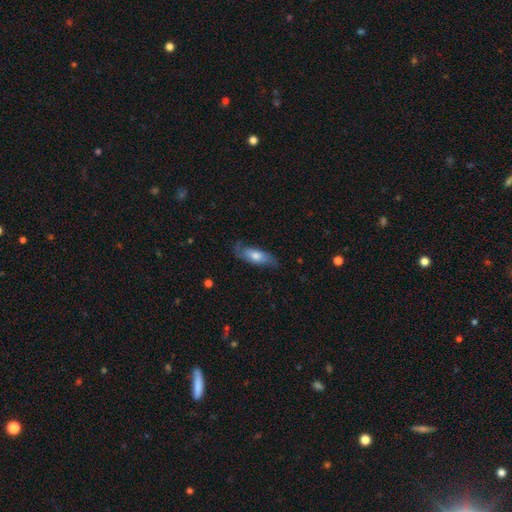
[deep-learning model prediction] This is possibly a featured or disk galaxy (52%). It is likely not viewed edge-on (79%). Merging: likely none (67%).